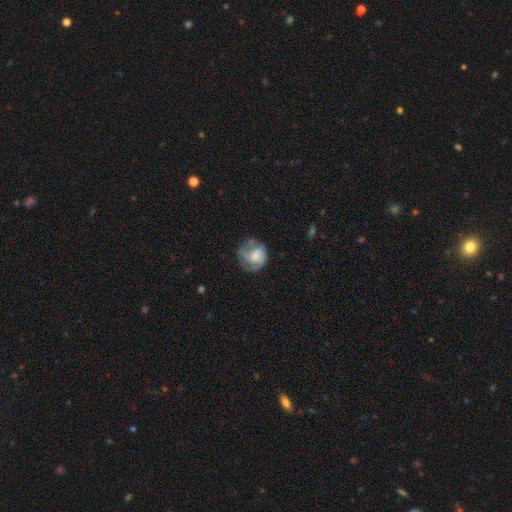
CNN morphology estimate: smooth_or_featured: featured or disk (p=0.60) [alt: smooth p=0.33]
disk_edge_on: no (p=0.98) [alt: yes p=0.02]
bar: no (p=0.62) [alt: weak p=0.32]
has_spiral_arms: yes (p=0.83) [alt: no p=0.17]
bulge_size: moderate (p=0.31) [alt: small p=0.27]
merging: none (p=0.57) [alt: minor disturbance p=0.23]